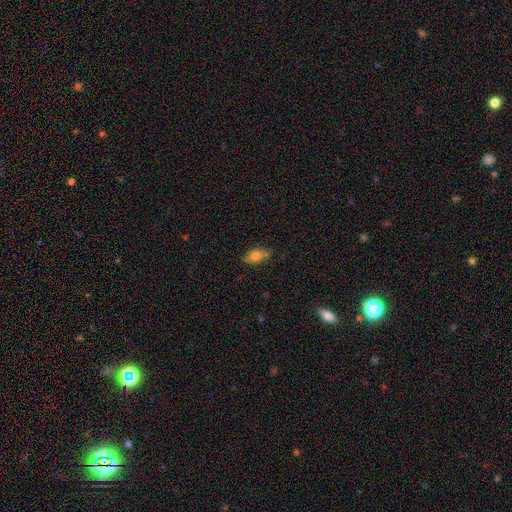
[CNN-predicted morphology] This is likely a smooth galaxy (72%). How rounded: clearly in between (84%). Merging: likely none (76%).